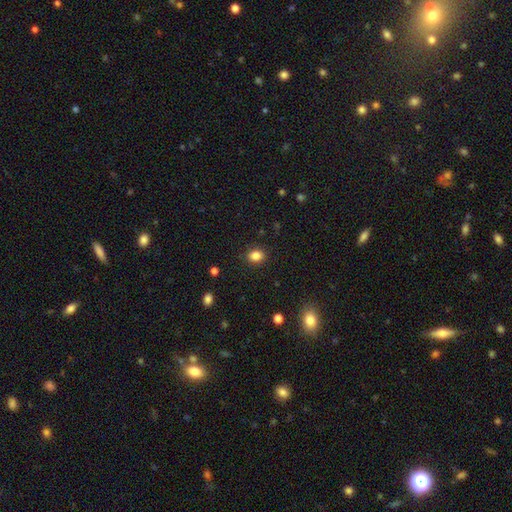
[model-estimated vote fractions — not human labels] Smooth or featured? smooth (85%)
How rounded? in between (62%)
Merging? none (87%)